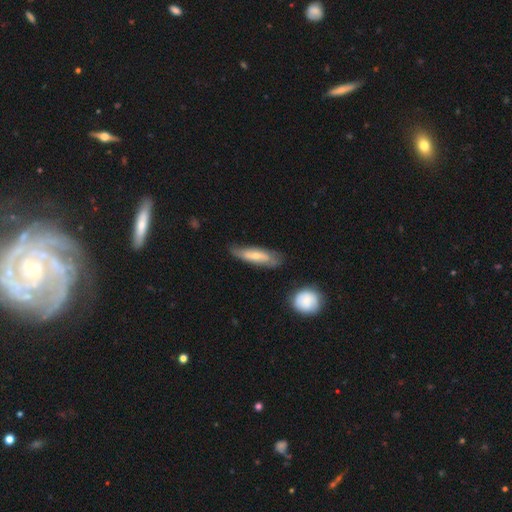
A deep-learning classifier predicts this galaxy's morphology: type=smooth (52%); roundness=cigar-shaped (63%); merging=none (65%).